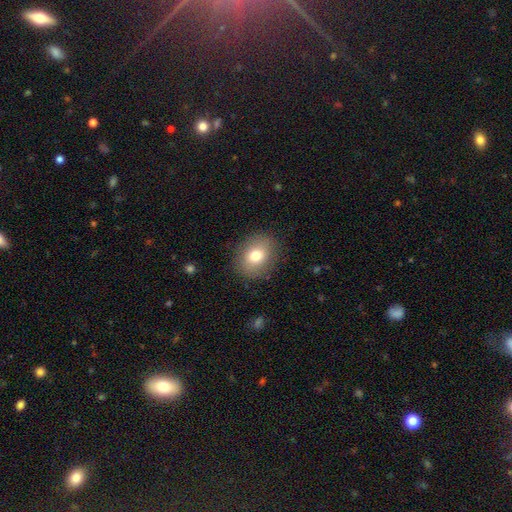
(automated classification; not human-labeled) Smooth or featured: smooth — 77% (featured or disk — 14%)
How rounded: round — 52% (in between — 47%)
Merging: none — 86% (minor disturbance — 10%)